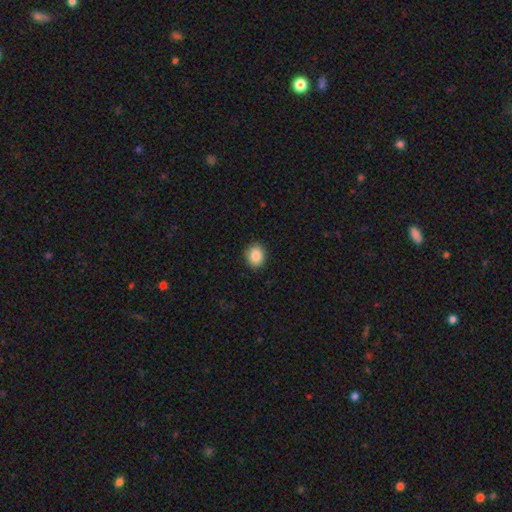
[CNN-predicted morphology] A smooth galaxy with no disk features (87%) that is round (61%). Merging: none (90%).